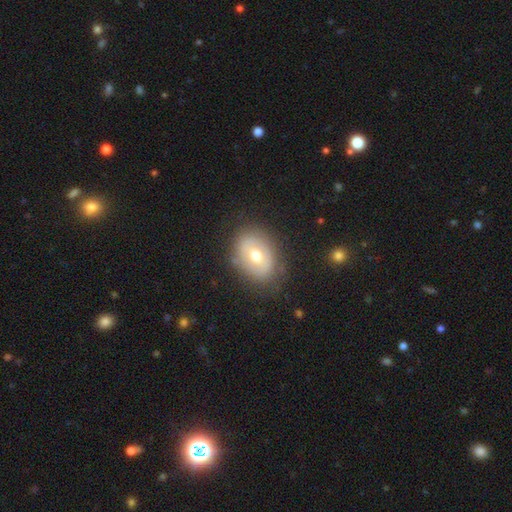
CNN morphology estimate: Smooth or featured? Predicted: smooth (p=0.51). How rounded? Predicted: in between (p=0.69). Merging? Predicted: none (p=0.79).